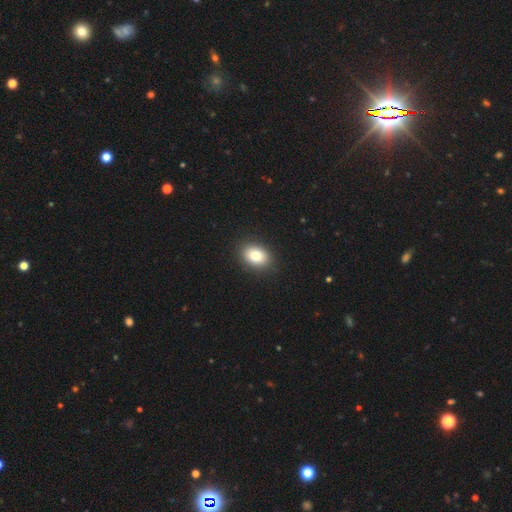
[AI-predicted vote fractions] Morphology: type=smooth (80%); roundness=in between (70%); merging=none (90%).